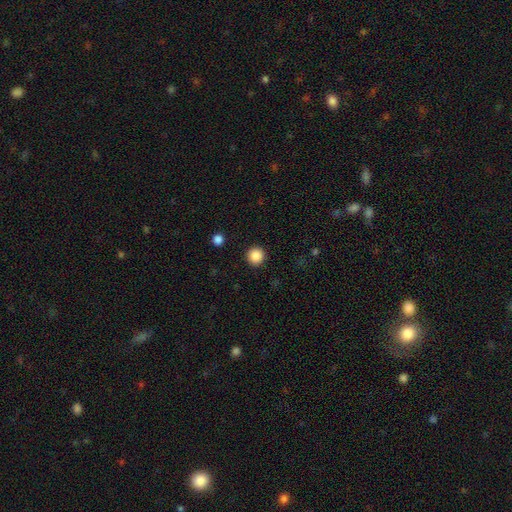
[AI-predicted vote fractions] A smooth galaxy with no disk features (88%) that is round (95%).

Vote fractions:
- Smooth or featured? smooth: 88% / star or artifact: 10% / featured or disk: 3%
- How rounded? round: 95% / in between: 4% / cigar-shaped: 1%
- Merging? none: 93% / minor disturbance: 4% / major disturbance: 2% / merger: 1%